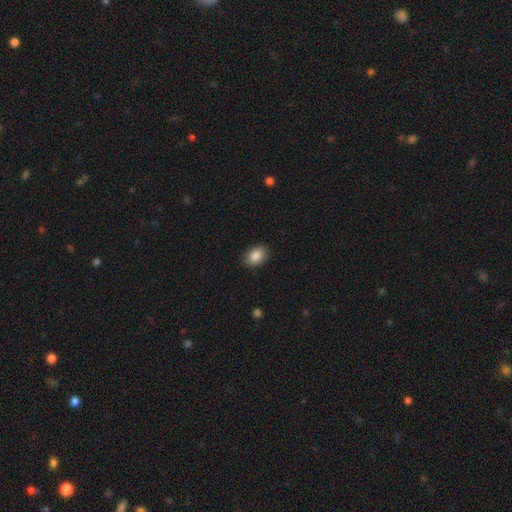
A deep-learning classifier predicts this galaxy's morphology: Smooth or featured: smooth — 88% (star or artifact — 8%)
How rounded: in between — 79% (round — 20%)
Merging: none — 88% (minor disturbance — 9%)